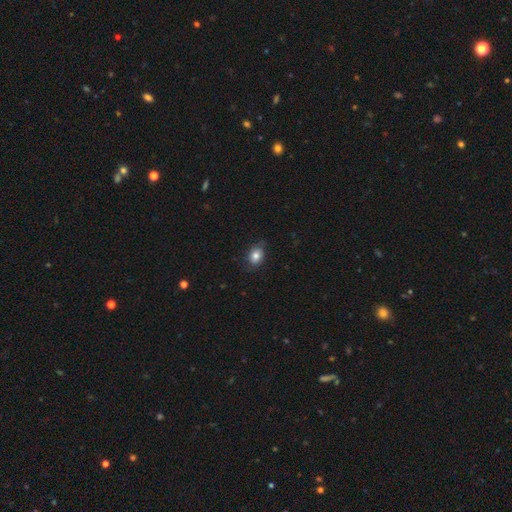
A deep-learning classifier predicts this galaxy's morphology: A smooth galaxy with no disk features (81%) that is in between round and cigar-shaped (67%).

Vote fractions:
- Smooth or featured? smooth: 81% / featured or disk: 10% / star or artifact: 9%
- How rounded? in between: 67% / round: 32% / cigar-shaped: 1%
- Merging? none: 75% / minor disturbance: 19% / major disturbance: 4% / merger: 1%